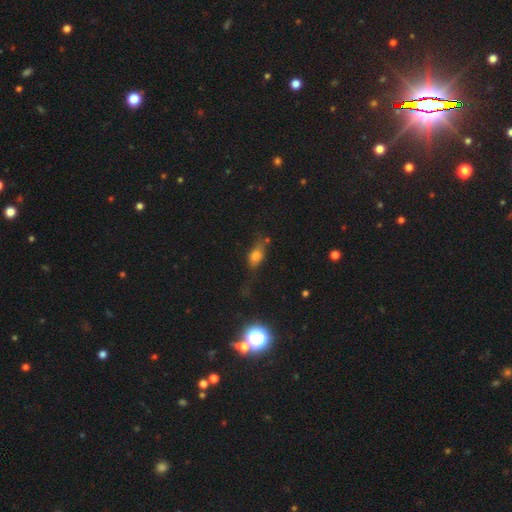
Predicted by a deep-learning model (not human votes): The model was most divided on "merging": none: 51%, minor disturbance: 26%, major disturbance: 16%, merger: 6%. More confident: how rounded — in between (71%); smooth or featured — smooth (65%).